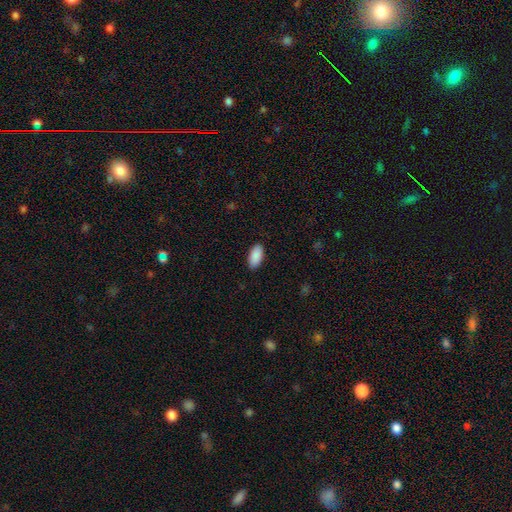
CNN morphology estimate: Smooth or featured: smooth — 91% (star or artifact — 6%)
How rounded: in between — 95% (cigar-shaped — 3%)
Merging: none — 89% (minor disturbance — 8%)